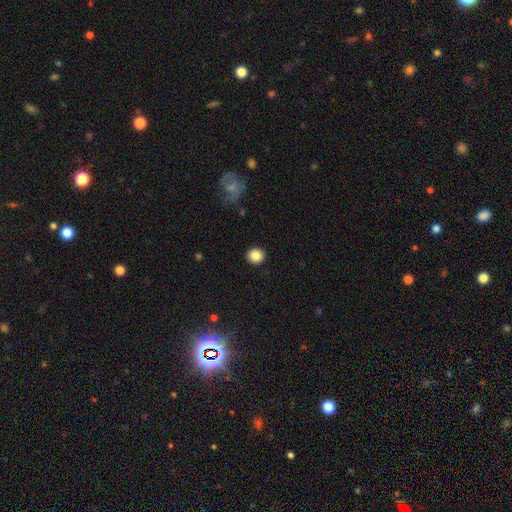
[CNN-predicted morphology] This appears to be a smooth galaxy with no disk features (85%) that is round (88%). Merging: none (92%).